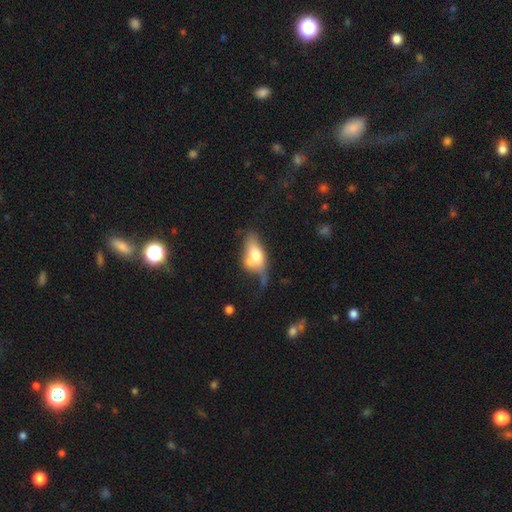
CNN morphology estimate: Smooth or featured? smooth (58%)
How rounded? in between (82%)
Merging? none (29%)